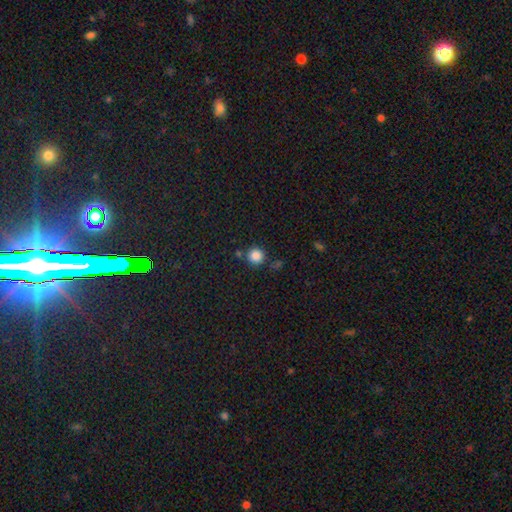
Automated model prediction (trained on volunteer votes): The model was most divided on "merging": none: 80%, minor disturbance: 9%, merger: 8%, major disturbance: 3%. More confident: how rounded — round (94%); smooth or featured — smooth (85%).